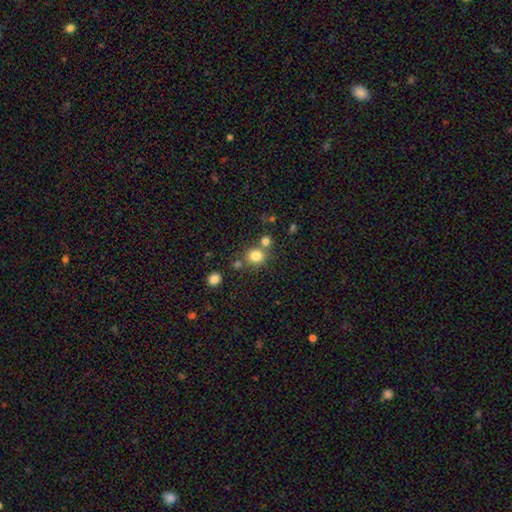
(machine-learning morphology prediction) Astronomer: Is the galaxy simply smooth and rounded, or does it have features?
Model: smooth — 80%.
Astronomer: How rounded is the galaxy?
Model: round — 84%.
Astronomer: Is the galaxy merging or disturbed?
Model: none — 68%.